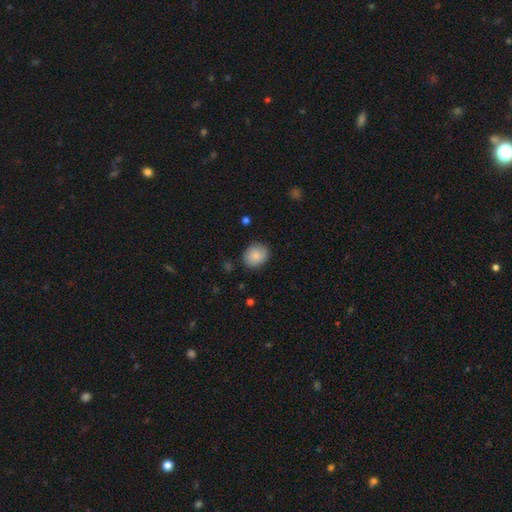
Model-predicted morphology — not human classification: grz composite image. It shows a smooth galaxy with no disk features (87%) that is round (66%). Merging: none (85%).